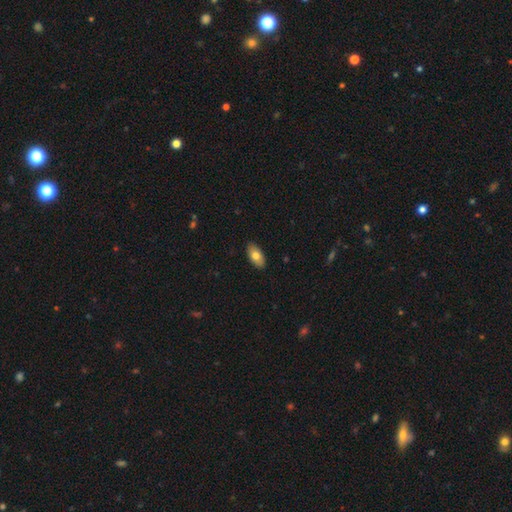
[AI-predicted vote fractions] This is likely a smooth galaxy (75%). How rounded: clearly in between (93%). Merging: clearly none (89%).